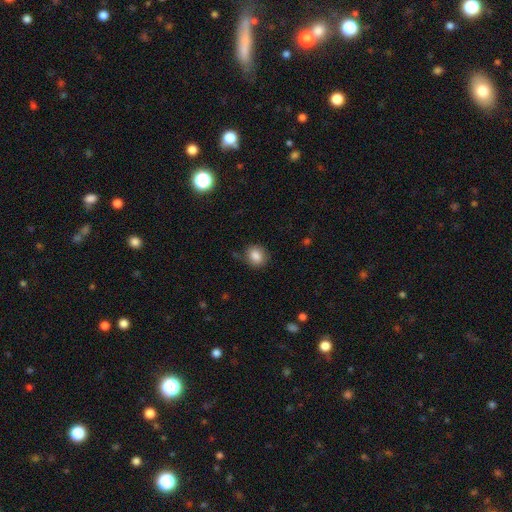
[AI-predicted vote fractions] This is clearly a smooth galaxy (84%). How rounded: likely round (67%). Merging: likely none (78%).